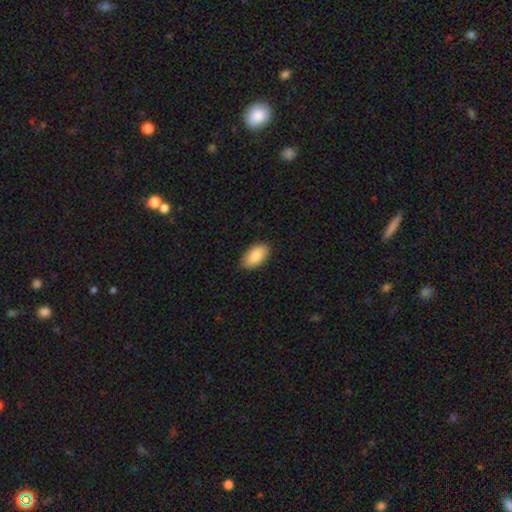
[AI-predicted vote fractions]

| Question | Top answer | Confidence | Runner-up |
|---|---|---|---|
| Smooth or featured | smooth | 87% | featured or disk (7%) |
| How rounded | in between | 95% | round (3%) |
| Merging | none | 88% | minor disturbance (9%) |